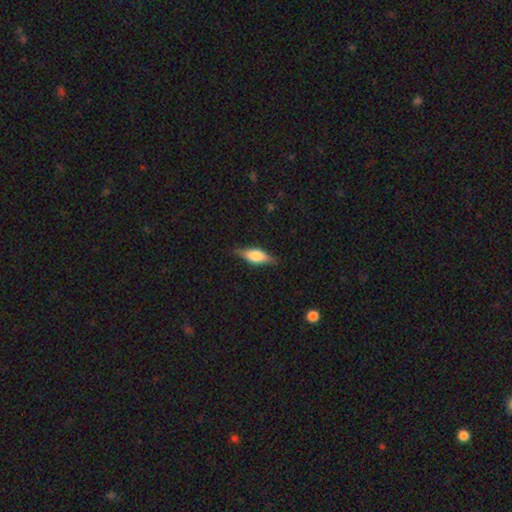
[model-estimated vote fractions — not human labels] Smooth or featured?
  - smooth: 54% *
  - featured or disk: 39%
  - star or artifact: 7%
How rounded?
  - in between: 67% *
  - cigar-shaped: 29%
  - round: 4%
Merging?
  - none: 81% *
  - minor disturbance: 15%
  - major disturbance: 3%
  - merger: 1%